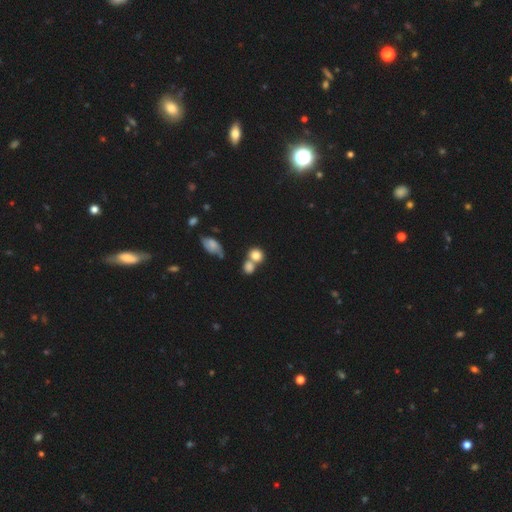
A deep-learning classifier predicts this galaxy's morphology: Q: Smooth or featured?
A: smooth (80%); runner-up: star or artifact (11%)
Q: How rounded?
A: round (72%); runner-up: in between (27%)
Q: Merging?
A: merger (44%); runner-up: none (42%)